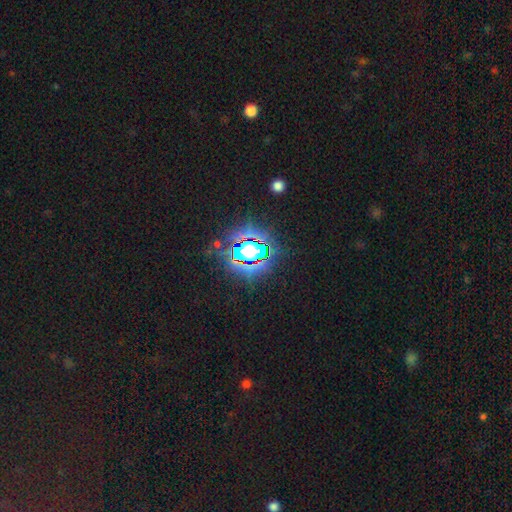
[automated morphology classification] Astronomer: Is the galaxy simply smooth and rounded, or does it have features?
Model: star or artifact — 82%.